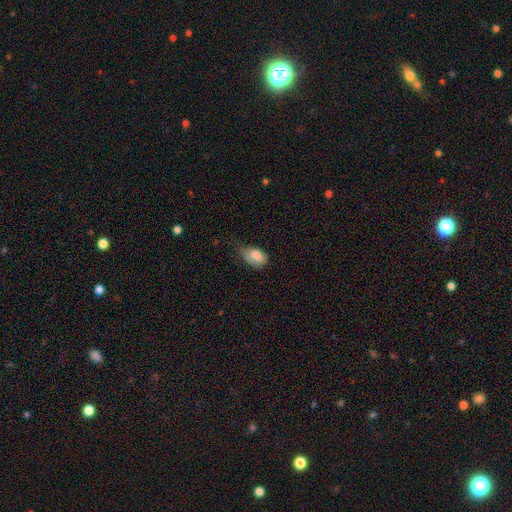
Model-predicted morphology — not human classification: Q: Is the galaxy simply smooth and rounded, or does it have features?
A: smooth — 81%.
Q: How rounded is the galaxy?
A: in between — 88%.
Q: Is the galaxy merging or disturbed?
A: minor disturbance — 46%.